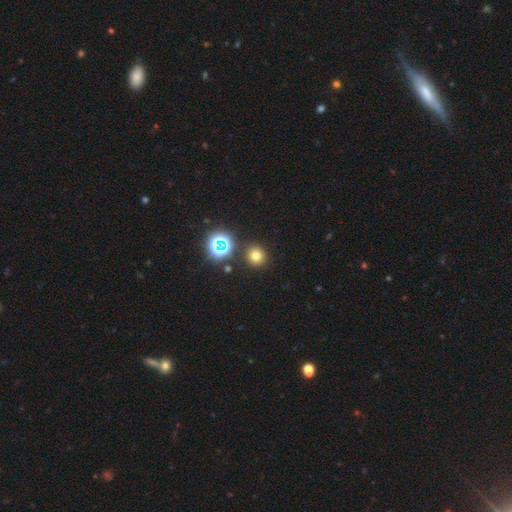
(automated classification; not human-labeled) Smooth or featured? Predicted: smooth (p=0.68). How rounded? Predicted: round (p=0.92). Merging? Predicted: none (p=0.88).